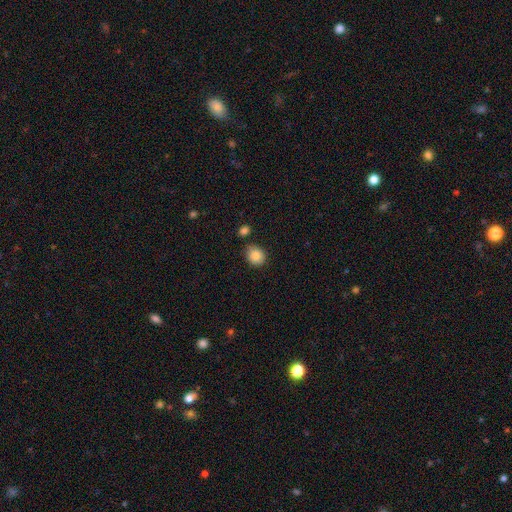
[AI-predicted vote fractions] Smooth or featured: smooth — 86% (star or artifact — 9%)
How rounded: round — 65% (in between — 34%)
Merging: none — 78% (minor disturbance — 13%)